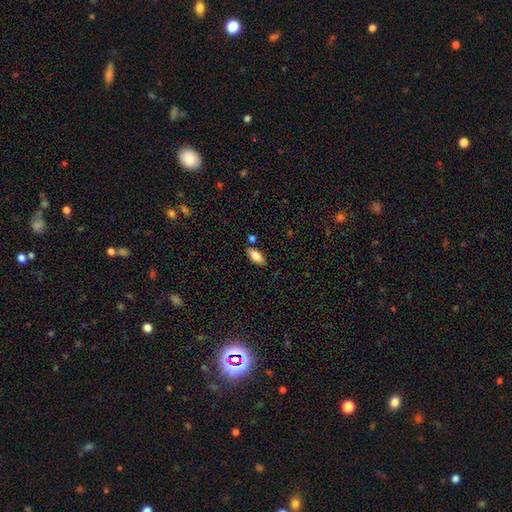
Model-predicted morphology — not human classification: Smooth or featured? Predicted: smooth (p=0.74). How rounded? Predicted: in between (p=0.83). Merging? Predicted: none (p=0.81).